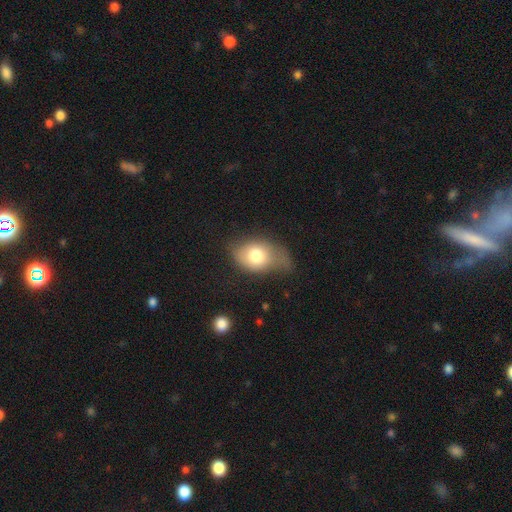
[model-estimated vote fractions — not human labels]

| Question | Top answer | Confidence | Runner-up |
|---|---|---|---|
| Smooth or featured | smooth | 73% | featured or disk (19%) |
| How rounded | in between | 75% | round (23%) |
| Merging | minor disturbance | 41% | none (32%) |